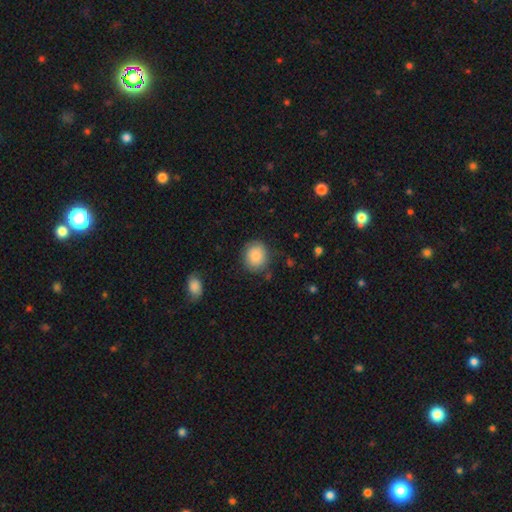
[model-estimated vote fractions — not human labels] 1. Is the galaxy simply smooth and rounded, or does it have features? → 87% smooth, 7% star or artifact, 6% featured or disk.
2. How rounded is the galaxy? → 74% round, 25% in between, 1% cigar-shaped.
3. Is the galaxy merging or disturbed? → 82% none, 12% minor disturbance, 4% major disturbance, 2% merger.